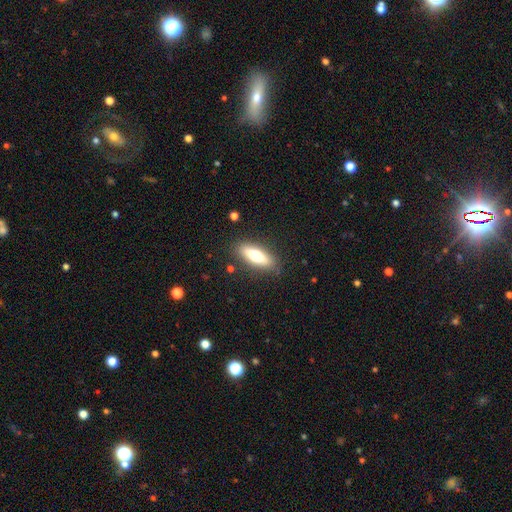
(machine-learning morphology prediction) Smooth or featured: smooth — 64% (featured or disk — 29%)
How rounded: in between — 56% (cigar-shaped — 42%)
Merging: none — 85% (minor disturbance — 11%)